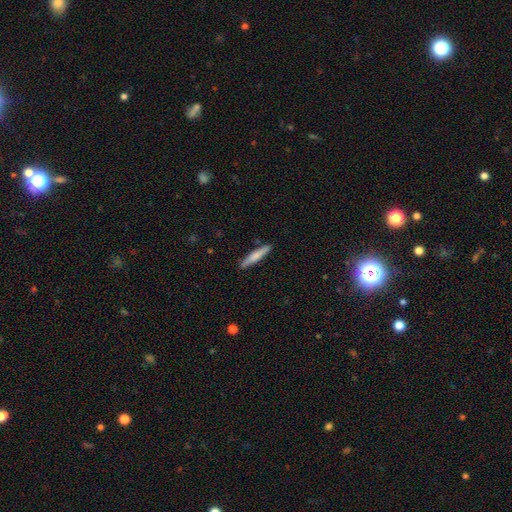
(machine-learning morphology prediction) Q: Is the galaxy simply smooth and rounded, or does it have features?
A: smooth — 69%.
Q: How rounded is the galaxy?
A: cigar-shaped — 92%.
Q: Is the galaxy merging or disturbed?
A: none — 87%.